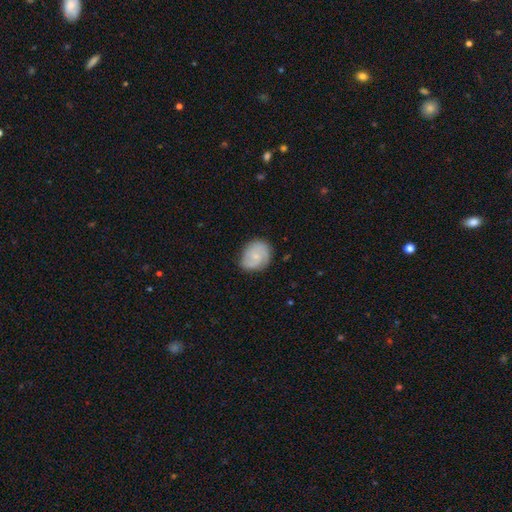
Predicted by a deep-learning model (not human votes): Smooth or featured: featured or disk — 55% (smooth — 39%)
Edge-on disk: no — 98% (yes — 2%)
Bar: no — 68% (weak — 28%)
Spiral arms: yes — 90% (no — 10%)
Bulge size: small — 66% (moderate — 22%)
Merging: none — 76% (minor disturbance — 18%)